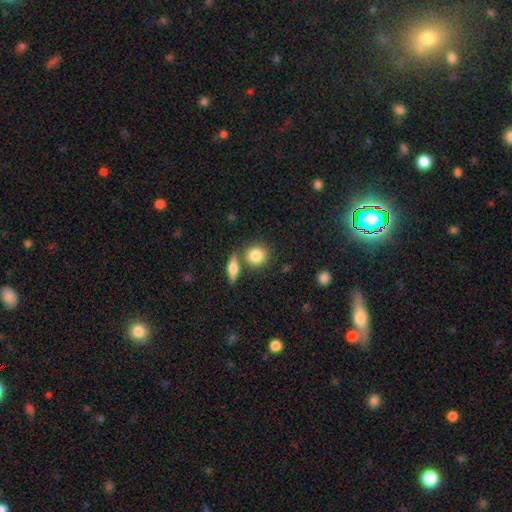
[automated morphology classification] Smooth or featured?
  - smooth: 82% *
  - featured or disk: 10%
  - star or artifact: 7%
How rounded?
  - round: 78% *
  - in between: 19%
  - cigar-shaped: 2%
Merging?
  - none: 69% *
  - merger: 18%
  - minor disturbance: 10%
  - major disturbance: 3%